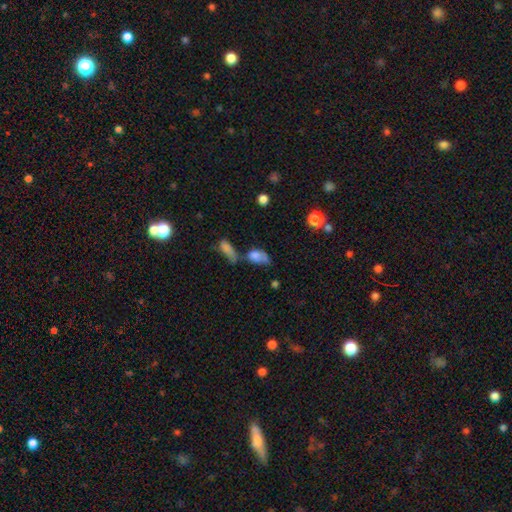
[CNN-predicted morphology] This appears to be a smooth galaxy with no disk features (69%) that is in between round and cigar-shaped (82%). Merging: merger (39%).